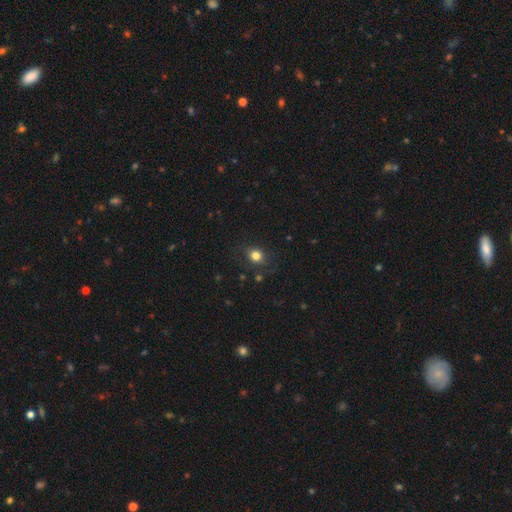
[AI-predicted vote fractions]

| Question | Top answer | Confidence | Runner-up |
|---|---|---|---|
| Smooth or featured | smooth | 79% | star or artifact (13%) |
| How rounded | round | 65% | in between (34%) |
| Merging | none | 80% | minor disturbance (14%) |